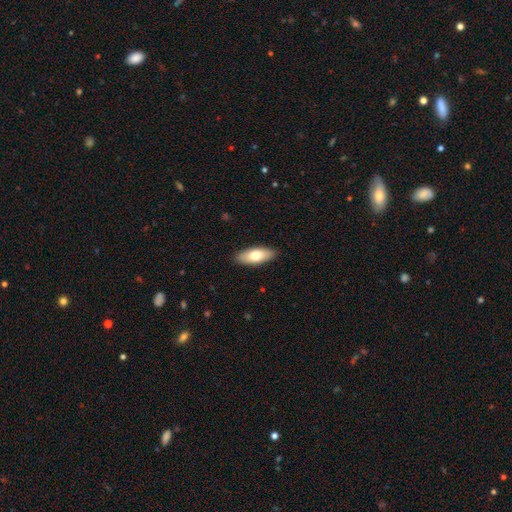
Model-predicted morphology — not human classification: Overall: smooth (75%). How rounded: in between (79%). Merging: none (90%).